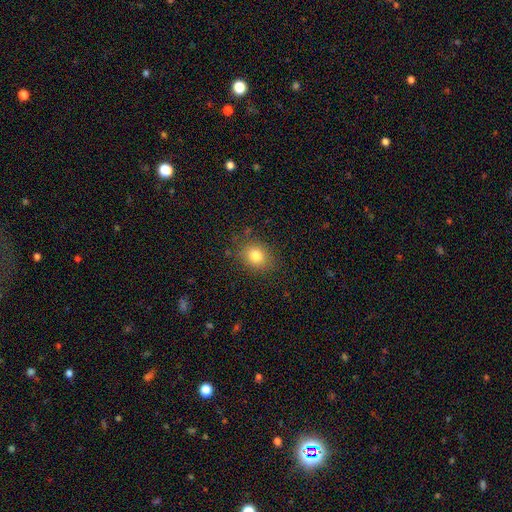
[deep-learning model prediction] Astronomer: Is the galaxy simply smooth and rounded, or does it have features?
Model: smooth — 80%.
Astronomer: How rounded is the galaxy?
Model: round — 54% (runner-up: in between, 45%).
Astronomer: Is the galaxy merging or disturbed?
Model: none — 83%.